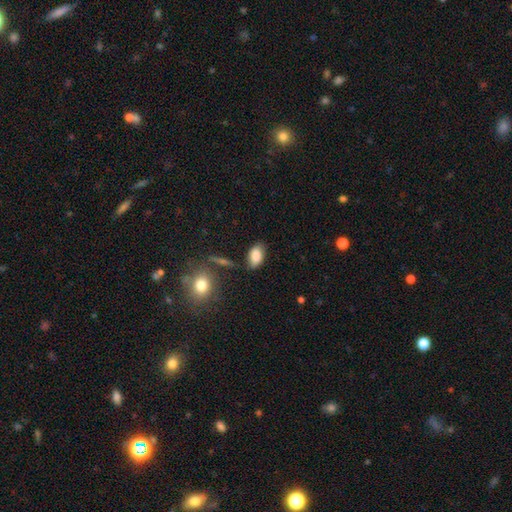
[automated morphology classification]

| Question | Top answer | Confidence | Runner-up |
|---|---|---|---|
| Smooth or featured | smooth | 84% | star or artifact (8%) |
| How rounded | in between | 91% | round (6%) |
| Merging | none | 74% | minor disturbance (18%) |